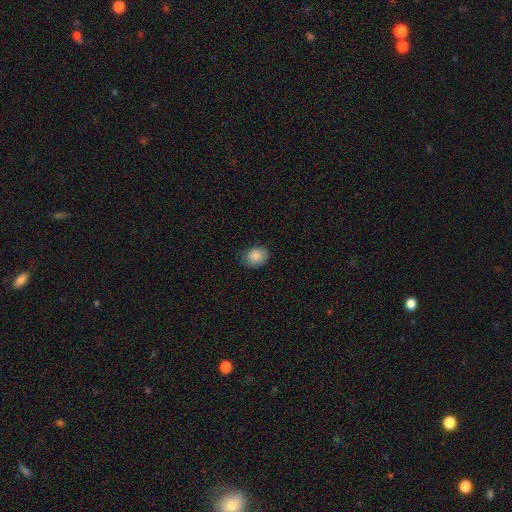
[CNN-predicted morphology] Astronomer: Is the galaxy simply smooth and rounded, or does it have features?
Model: smooth — 88%.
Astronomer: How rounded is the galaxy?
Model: in between — 52% (runner-up: round, 47%).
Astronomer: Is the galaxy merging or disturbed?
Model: none — 78%.